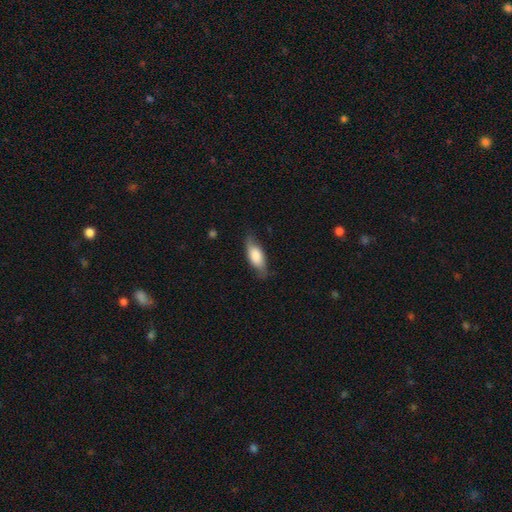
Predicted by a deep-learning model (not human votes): The model was most divided on "smooth or featured": smooth: 68%, featured or disk: 26%, star or artifact: 6%. More confident: how rounded — in between (76%); merging — none (72%).